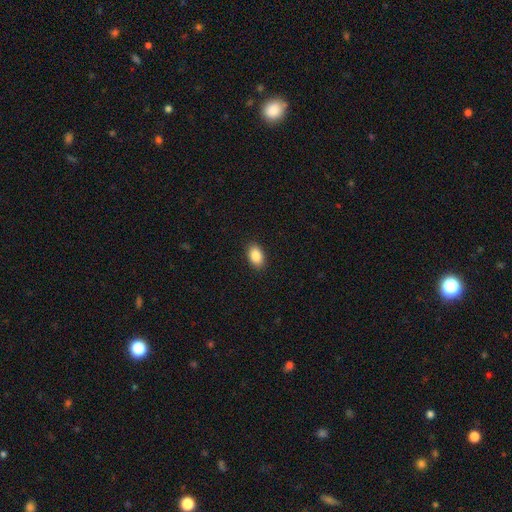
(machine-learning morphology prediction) Smooth or featured?
  - smooth: 88% *
  - star or artifact: 8%
  - featured or disk: 5%
How rounded?
  - in between: 89% *
  - round: 10%
  - cigar-shaped: 1%
Merging?
  - none: 90% *
  - minor disturbance: 7%
  - major disturbance: 2%
  - merger: 1%